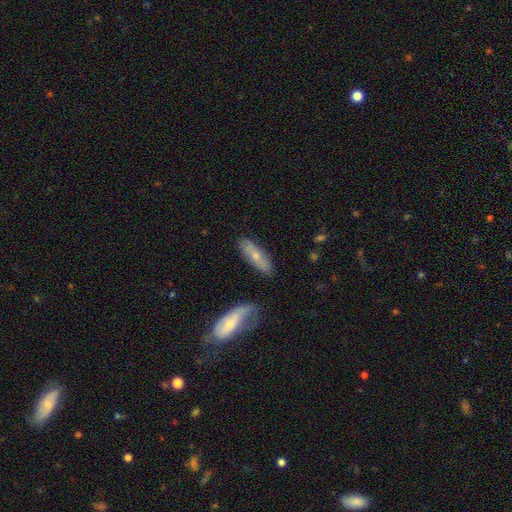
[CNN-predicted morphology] This is possibly a smooth galaxy (56%). How rounded: possibly cigar-shaped (53%). Merging: likely none (77%).